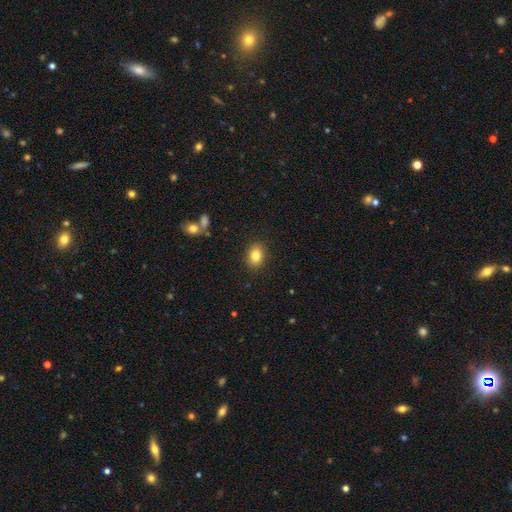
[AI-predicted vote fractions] The model was most divided on "how rounded": in between: 66%, round: 33%, cigar-shaped: 1%. More confident: merging — none (87%); smooth or featured — smooth (82%).